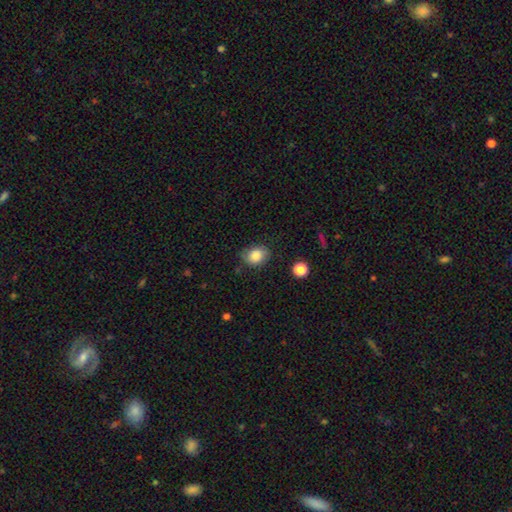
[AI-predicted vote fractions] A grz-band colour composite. It shows a smooth galaxy with no disk features (82%) that is in between round and cigar-shaped (54%). Merging: none (77%).